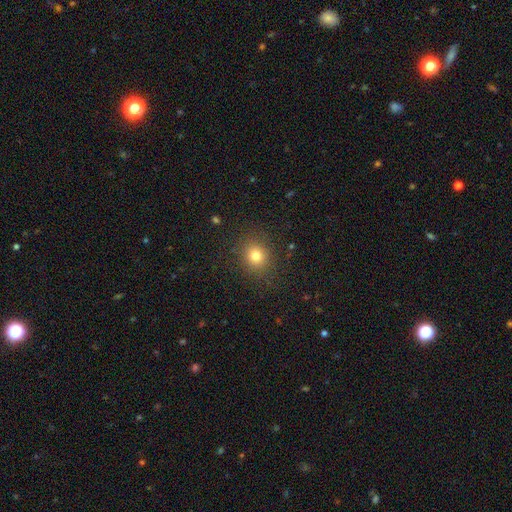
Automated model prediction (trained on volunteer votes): Smooth or featured? smooth (78%)
How rounded? round (81%)
Merging? none (87%)